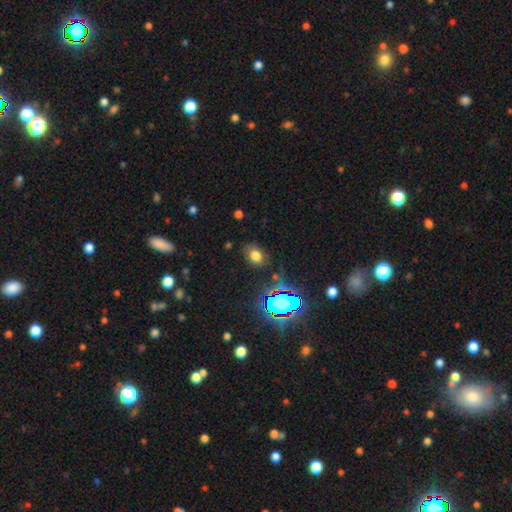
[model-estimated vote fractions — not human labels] smooth-or-featured: smooth: 70% | star or artifact: 21% | featured or disk: 9%
  how-rounded: in between: 69% | round: 30% | cigar-shaped: 1%
  merging: none: 78% | minor disturbance: 15% | major disturbance: 5% | merger: 2%